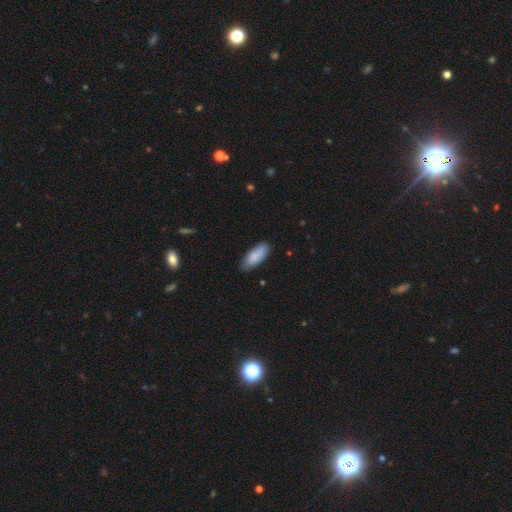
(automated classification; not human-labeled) This appears to be a smooth galaxy with no disk features (87%) that is in between round and cigar-shaped (78%). Merging: none (79%).